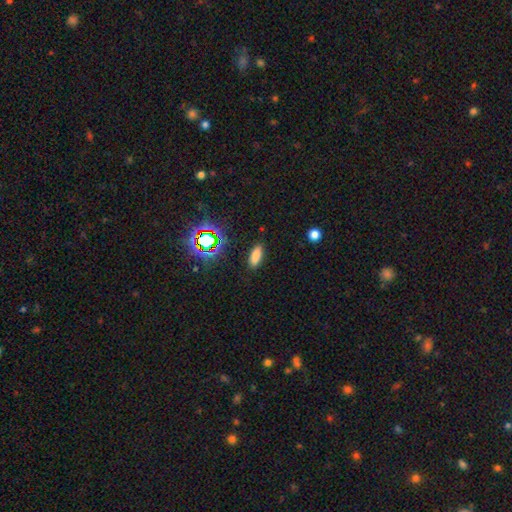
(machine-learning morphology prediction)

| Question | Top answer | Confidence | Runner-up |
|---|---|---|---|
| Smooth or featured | smooth | 76% | star or artifact (17%) |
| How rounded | in between | 71% | cigar-shaped (25%) |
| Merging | none | 88% | minor disturbance (8%) |